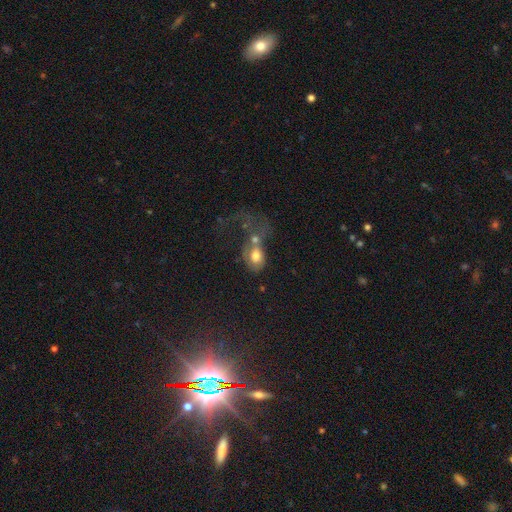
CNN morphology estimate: A smooth galaxy with no disk features (61%) that is in between round and cigar-shaped (70%).

Vote fractions:
- Smooth or featured? smooth: 61% / featured or disk: 29% / star or artifact: 9%
- How rounded? in between: 70% / round: 28% / cigar-shaped: 2%
- Merging? merger: 56% / major disturbance: 25% / none: 11% / minor disturbance: 7%